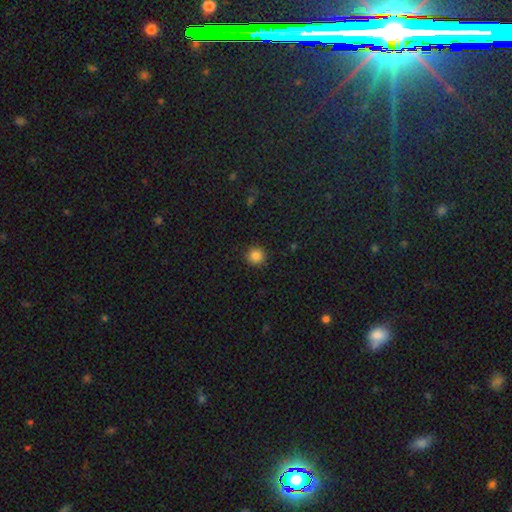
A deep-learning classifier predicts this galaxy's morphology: Smooth or featured? Predicted: smooth (p=0.85). How rounded? Predicted: round (p=0.94). Merging? Predicted: none (p=0.92).